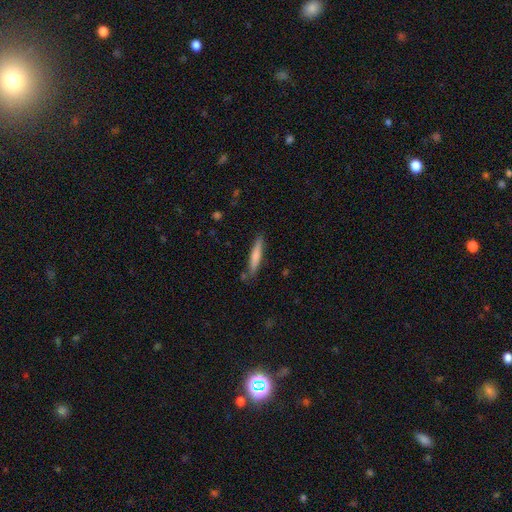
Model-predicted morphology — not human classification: The model was most divided on "smooth or featured": smooth: 70%, featured or disk: 24%, star or artifact: 6%. More confident: how rounded — cigar-shaped (92%); merging — none (82%).